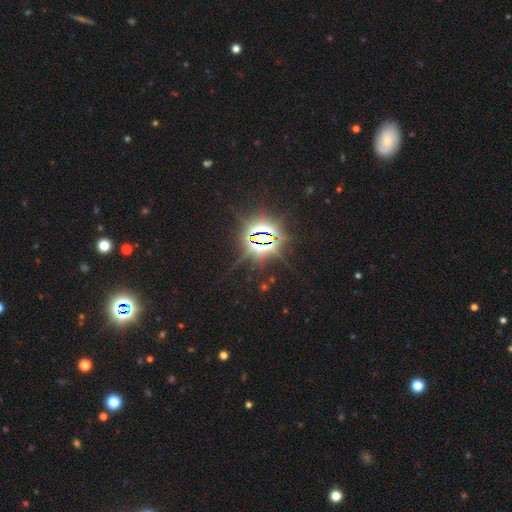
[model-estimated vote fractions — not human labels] Smooth or featured? Predicted: star or artifact (p=0.85).